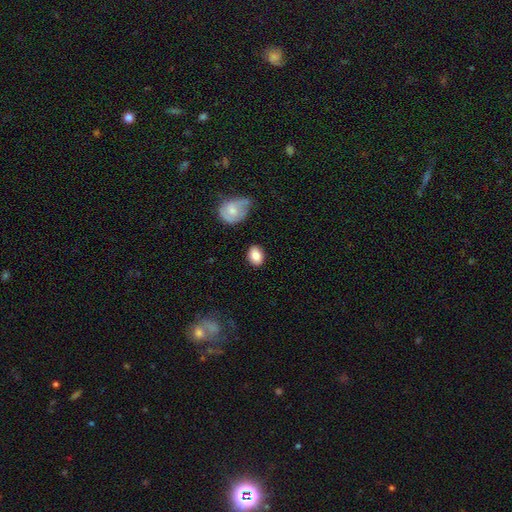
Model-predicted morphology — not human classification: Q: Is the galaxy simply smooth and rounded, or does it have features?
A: smooth — 85%.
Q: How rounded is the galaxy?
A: in between — 75%.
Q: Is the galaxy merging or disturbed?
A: none — 82%.